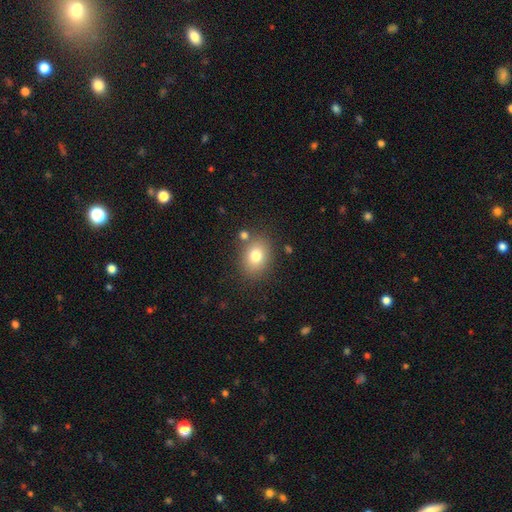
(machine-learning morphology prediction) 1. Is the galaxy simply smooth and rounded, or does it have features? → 77% smooth, 11% featured or disk, 11% star or artifact.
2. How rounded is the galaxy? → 56% in between, 43% round, 1% cigar-shaped.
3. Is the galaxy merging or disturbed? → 79% none, 11% minor disturbance, 6% merger, 4% major disturbance.